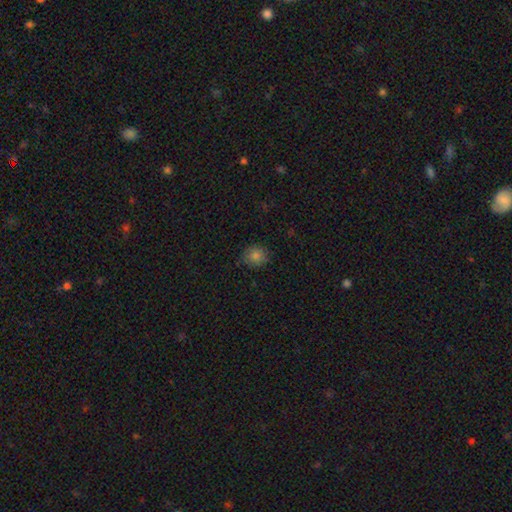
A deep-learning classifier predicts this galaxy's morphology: This appears to be a smooth galaxy with no disk features (81%) that is round (80%). Merging: none (84%).